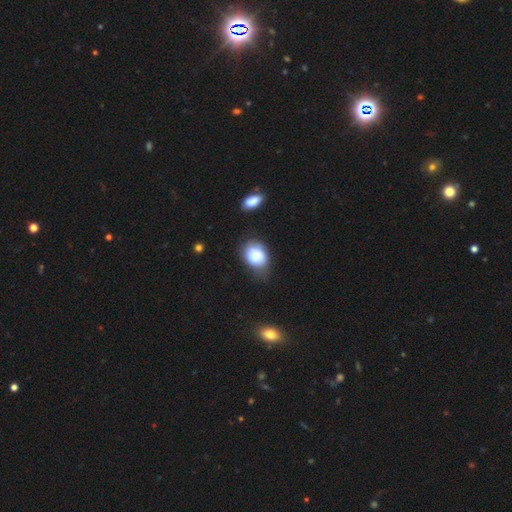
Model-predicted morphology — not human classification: Overall: smooth (74%). How rounded: in between (69%; round 30%). Merging: none (49%; minor disturbance 32%).